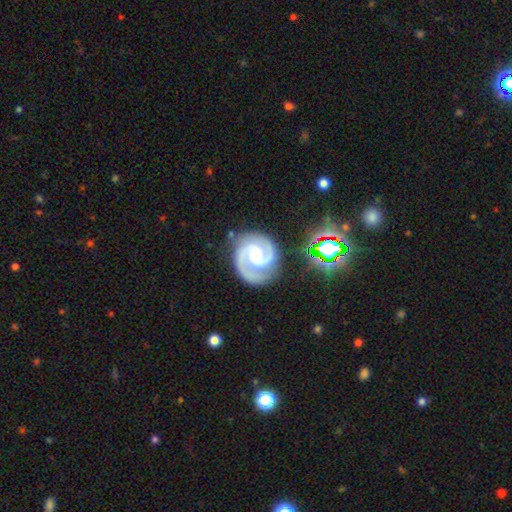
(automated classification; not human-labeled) Smooth or featured? Predicted: featured or disk (p=0.92). Edge-on disk? Predicted: no (p=0.98). Bar? Predicted: no (p=0.53). Spiral arms? Predicted: yes (p=0.99). Spiral winding? Predicted: tight (p=0.48). Spiral arm count? Predicted: 2 (p=0.92). Bulge size? Predicted: moderate (p=0.49). Merging? Predicted: none (p=0.80).